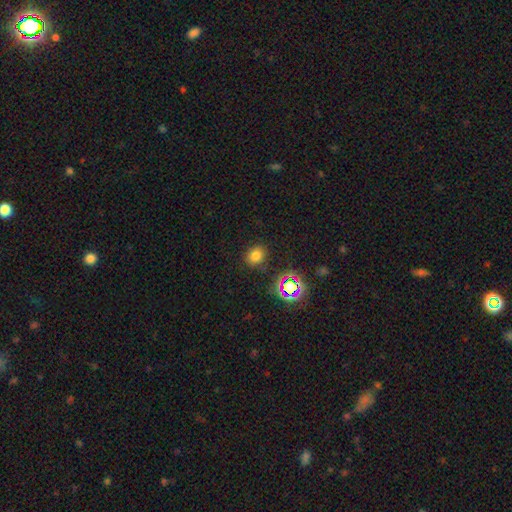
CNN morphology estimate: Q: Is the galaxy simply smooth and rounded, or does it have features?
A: smooth — 72%.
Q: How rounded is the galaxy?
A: round — 70%.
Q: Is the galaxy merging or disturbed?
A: none — 86%.